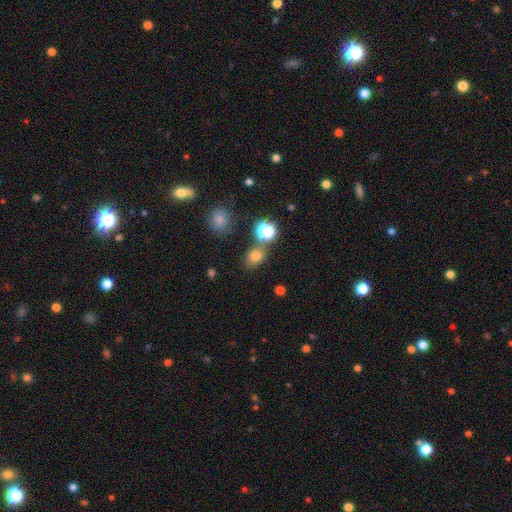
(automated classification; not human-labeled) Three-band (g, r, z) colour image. It shows a smooth galaxy with no disk features (73%) that is round (61%). Merging: none (71%).